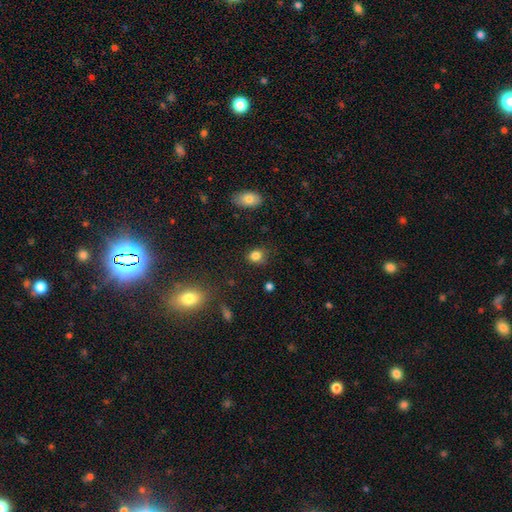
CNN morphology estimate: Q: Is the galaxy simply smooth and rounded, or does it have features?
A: smooth — 83%.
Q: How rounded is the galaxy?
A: round — 60%.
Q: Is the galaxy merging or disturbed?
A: none — 80%.